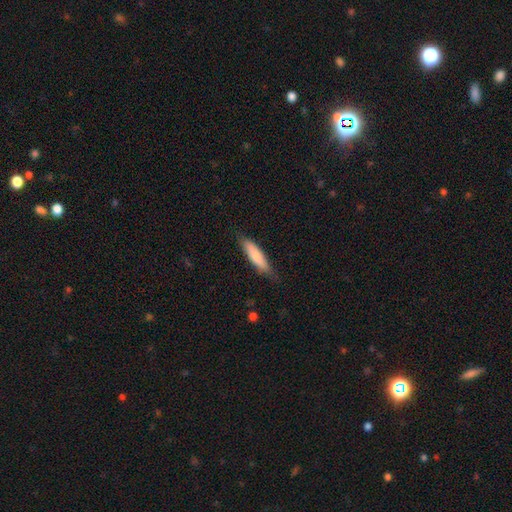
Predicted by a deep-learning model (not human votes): The model was most divided on "how rounded": cigar-shaped: 72%, in between: 27%, round: 1%. More confident: smooth or featured — smooth (79%); merging — none (78%).